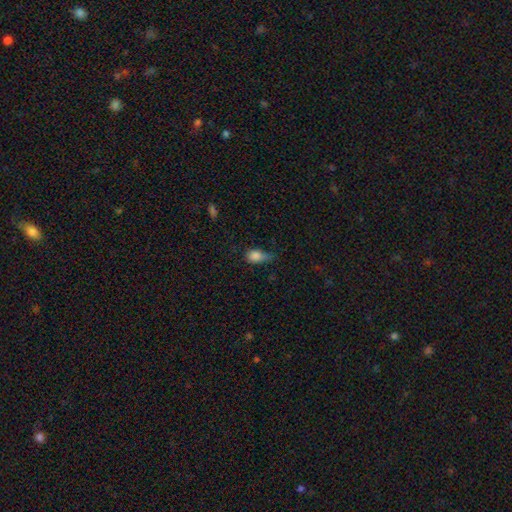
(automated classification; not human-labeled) Q: Smooth or featured?
A: smooth (83%); runner-up: star or artifact (9%)
Q: How rounded?
A: in between (76%); runner-up: round (20%)
Q: Merging?
A: minor disturbance (45%); runner-up: none (34%)